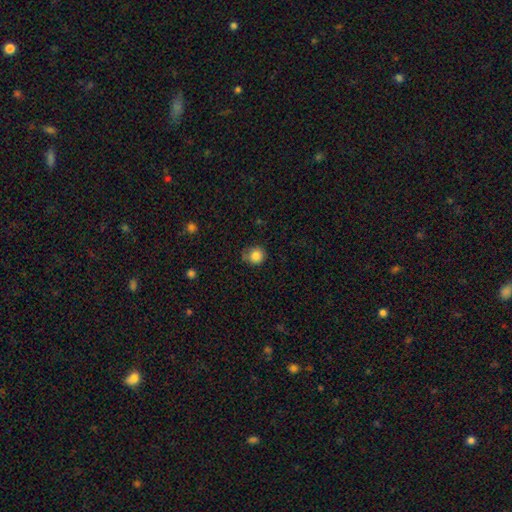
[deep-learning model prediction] Overall: smooth (85%). How rounded: round (88%). Merging: none (69%).